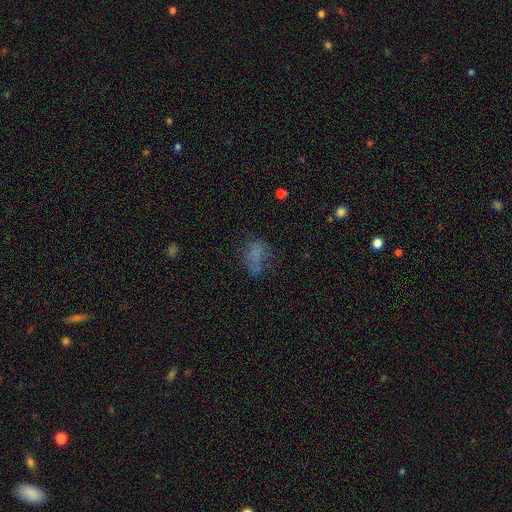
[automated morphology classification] smooth 62%, featured or disk 20%, star or artifact 18%. Down the decision tree: how rounded — in between (81%); merging — none (46%).